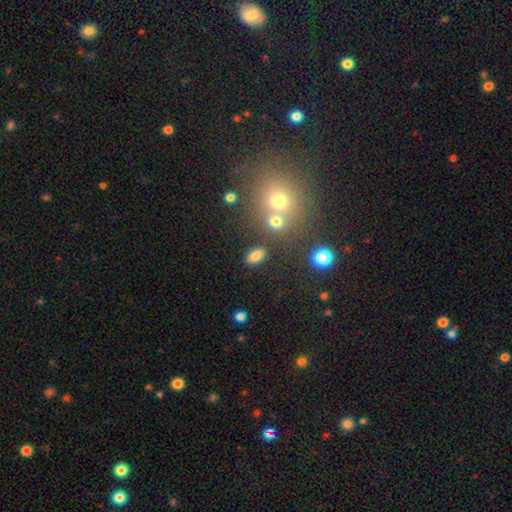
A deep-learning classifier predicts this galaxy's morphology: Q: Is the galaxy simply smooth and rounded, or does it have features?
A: smooth — 81%.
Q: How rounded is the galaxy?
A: in between — 87%.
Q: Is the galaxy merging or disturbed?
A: none — 80%.